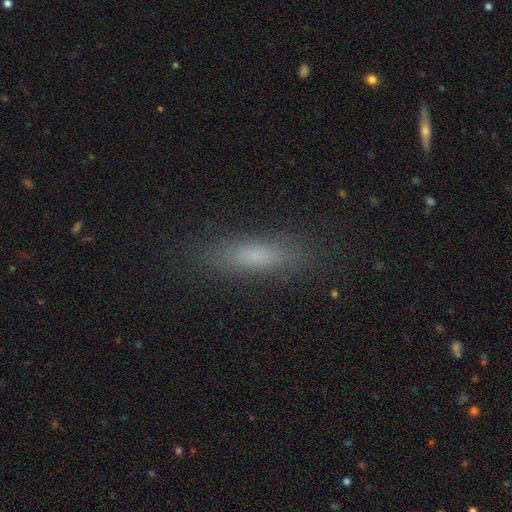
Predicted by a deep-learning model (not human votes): A smooth galaxy with no disk features (72%) that is cigar-shaped (74%).

Vote fractions:
- Smooth or featured? smooth: 72% / featured or disk: 18% / star or artifact: 11%
- How rounded? cigar-shaped: 74% / in between: 24% / round: 2%
- Merging? none: 86% / minor disturbance: 10% / major disturbance: 3% / merger: 1%